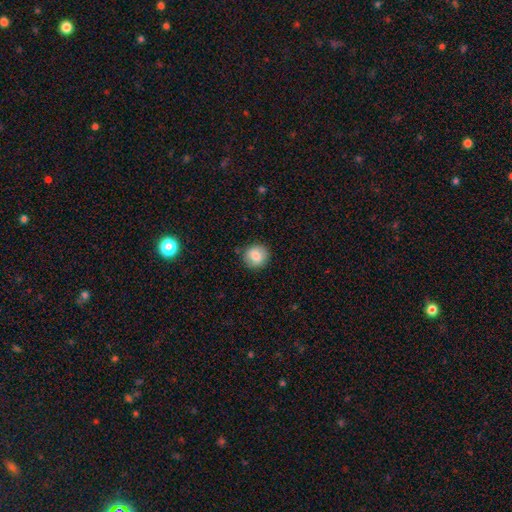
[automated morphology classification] Smooth or featured?
  - smooth: 80% *
  - featured or disk: 12%
  - star or artifact: 9%
How rounded?
  - round: 88% *
  - in between: 11%
  - cigar-shaped: 1%
Merging?
  - none: 87% *
  - minor disturbance: 9%
  - major disturbance: 2%
  - merger: 1%